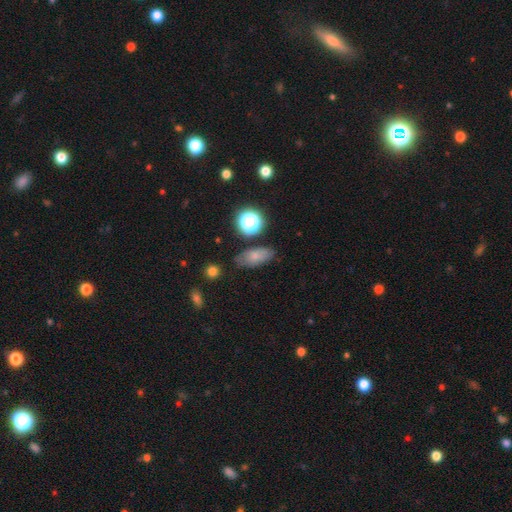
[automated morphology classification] smooth_or_featured: smooth (p=0.70) [alt: featured or disk p=0.15]
how_rounded: in between (p=0.77) [alt: cigar-shaped p=0.12]
merging: none (p=0.73) [alt: minor disturbance p=0.18]